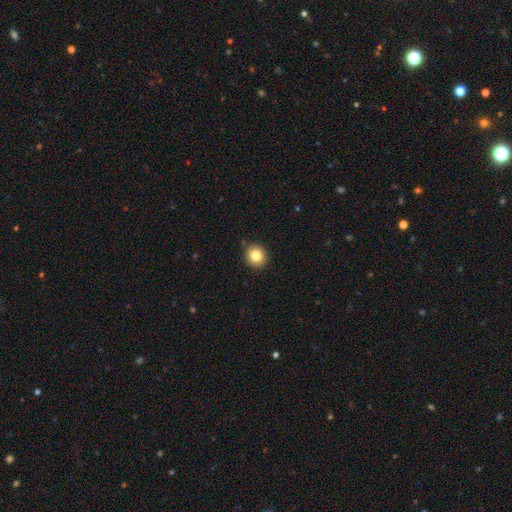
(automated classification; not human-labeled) smooth 82%, star or artifact 10%, featured or disk 7%. Down the decision tree: how rounded — round (91%); merging — none (89%).